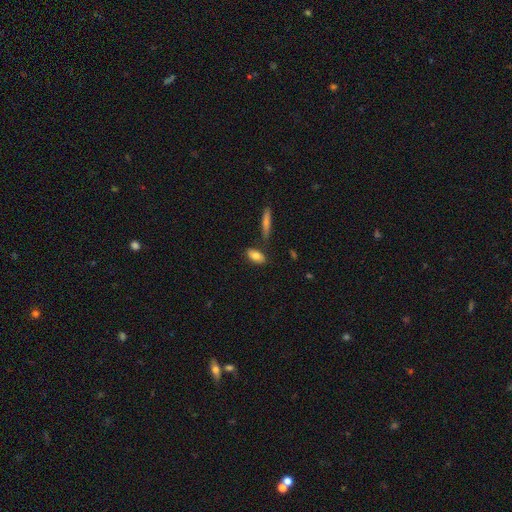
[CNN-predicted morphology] Smooth or featured?
  - smooth: 79% *
  - featured or disk: 15%
  - star or artifact: 7%
How rounded?
  - in between: 86% *
  - cigar-shaped: 10%
  - round: 4%
Merging?
  - none: 79% *
  - minor disturbance: 12%
  - merger: 7%
  - major disturbance: 3%